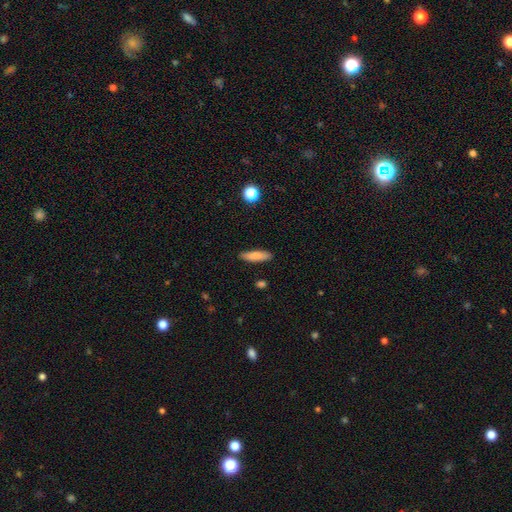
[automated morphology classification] Smooth or featured? smooth (83%)
How rounded? cigar-shaped (67%)
Merging? none (89%)